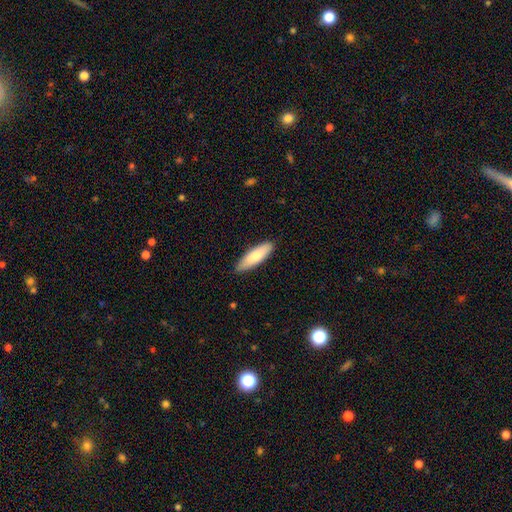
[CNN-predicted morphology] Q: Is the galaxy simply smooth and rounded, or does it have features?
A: smooth — 79%.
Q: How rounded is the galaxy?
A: cigar-shaped — 58%.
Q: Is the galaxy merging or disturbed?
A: none — 87%.